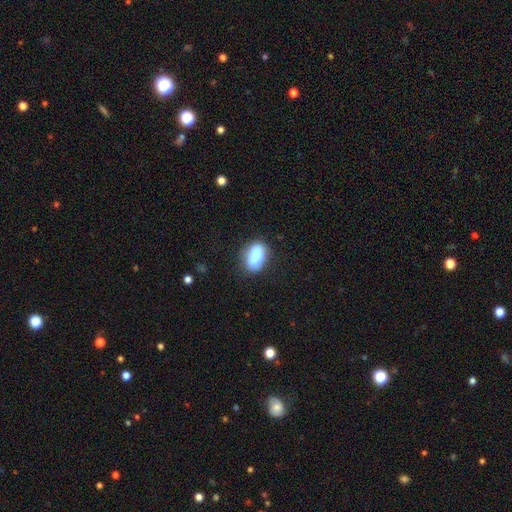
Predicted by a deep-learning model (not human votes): Overall: smooth (77%). How rounded: in between (82%). Merging: none (56%; minor disturbance 21%).